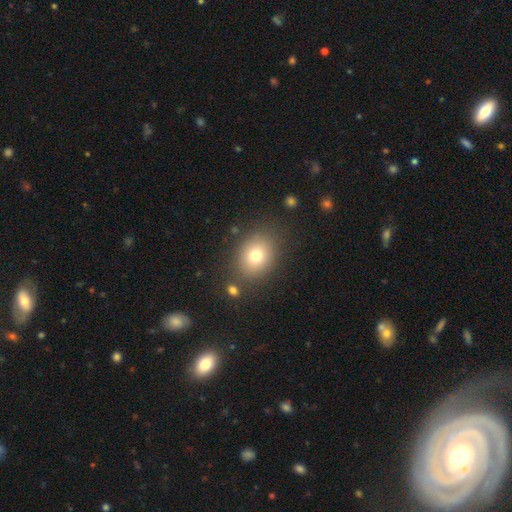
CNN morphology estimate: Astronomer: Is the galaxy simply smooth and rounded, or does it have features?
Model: smooth — 75%.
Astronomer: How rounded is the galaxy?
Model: round — 52% (runner-up: in between, 47%).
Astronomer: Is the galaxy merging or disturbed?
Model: none — 82%.